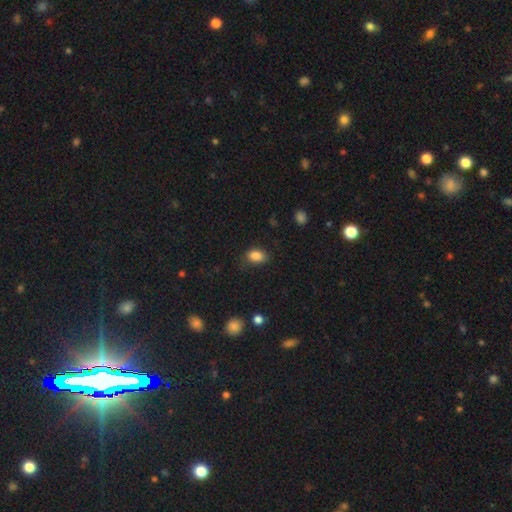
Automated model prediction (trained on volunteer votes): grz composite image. It shows a smooth galaxy with no disk features (86%) that is in between round and cigar-shaped (82%). Merging: none (75%).